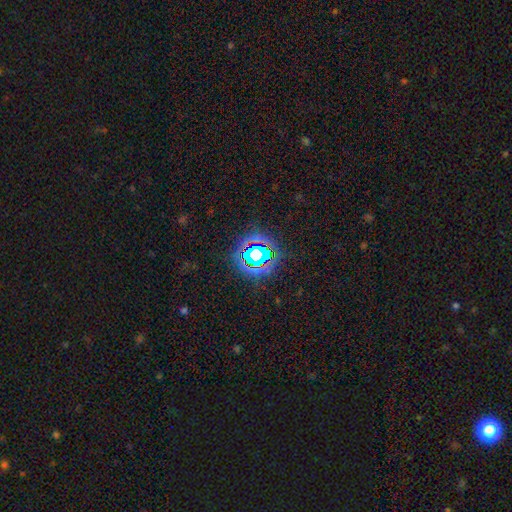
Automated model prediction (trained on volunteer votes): Smooth or featured?
  - star or artifact: 66% *
  - smooth: 22%
  - featured or disk: 12%